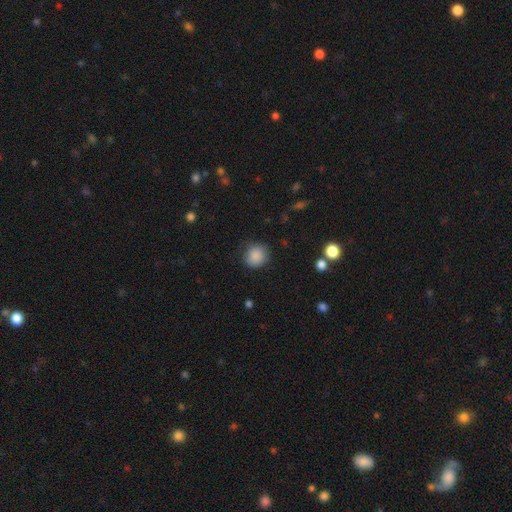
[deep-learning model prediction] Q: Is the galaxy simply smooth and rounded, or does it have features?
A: smooth — 87%.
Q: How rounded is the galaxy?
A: round — 88%.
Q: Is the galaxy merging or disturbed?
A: none — 84%.